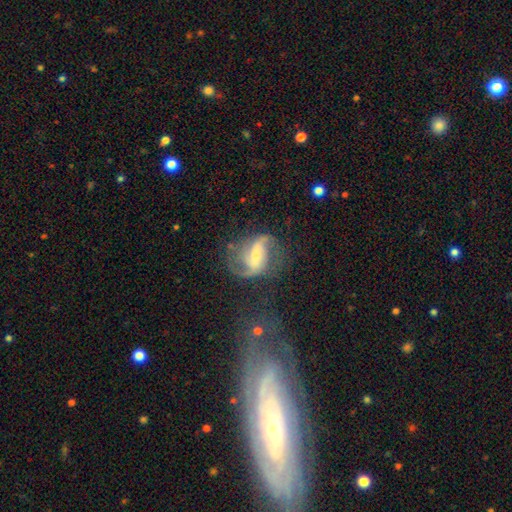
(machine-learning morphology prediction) The model was most divided on "bar": weak: 41%, strong: 38%, no: 20%. Remaining: edge-on disk — no (97%); spiral arms — yes (94%); smooth or featured — featured or disk (83%); spiral arm count — 2 (82%); merging — none (59%); bulge size — small (49%); spiral winding — loose (48%).